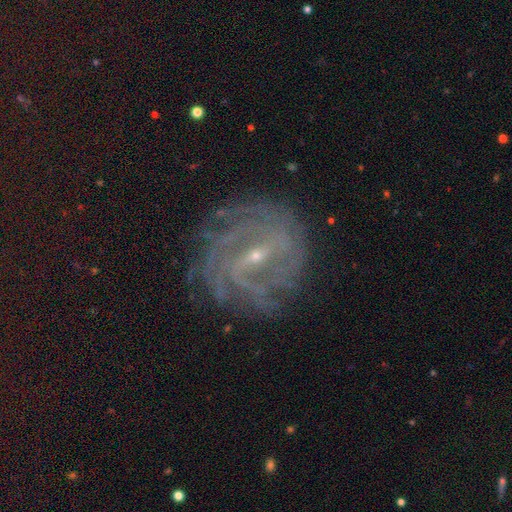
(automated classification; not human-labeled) This appears to be a featured or disk galaxy (88%) with a weak bar (45%), tight (62%) spiral arms (95%) and a small central bulge (81%). Merging: none (76%).